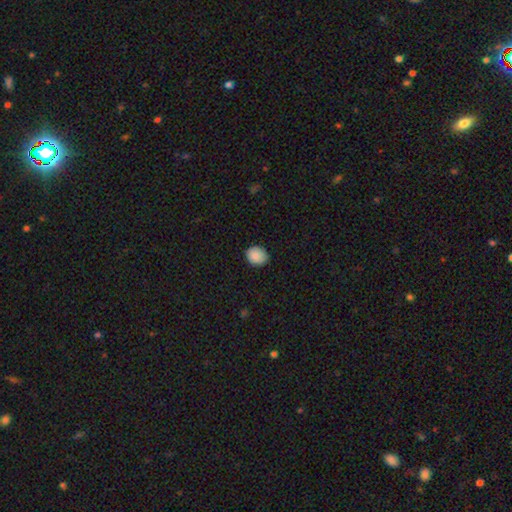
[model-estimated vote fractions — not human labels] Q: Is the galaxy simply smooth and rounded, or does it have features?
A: smooth — 89%.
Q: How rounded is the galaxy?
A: round — 57%.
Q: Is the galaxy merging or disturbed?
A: none — 83%.